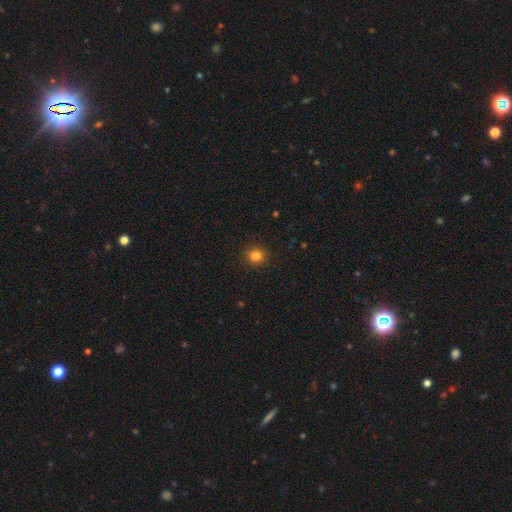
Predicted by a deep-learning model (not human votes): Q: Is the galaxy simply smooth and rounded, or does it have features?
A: smooth — 83%.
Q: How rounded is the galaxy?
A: round — 90%.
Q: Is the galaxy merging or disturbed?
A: none — 92%.